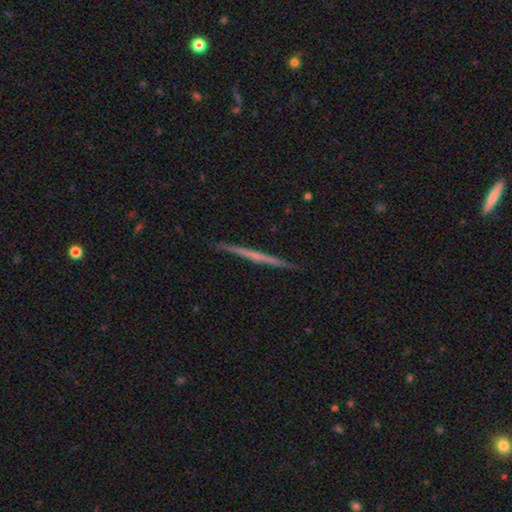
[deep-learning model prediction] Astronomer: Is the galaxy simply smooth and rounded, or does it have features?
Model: featured or disk — 65%.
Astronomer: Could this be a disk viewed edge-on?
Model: yes — 98%.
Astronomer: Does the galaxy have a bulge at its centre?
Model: none — 79%.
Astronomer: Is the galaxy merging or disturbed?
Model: none — 93%.